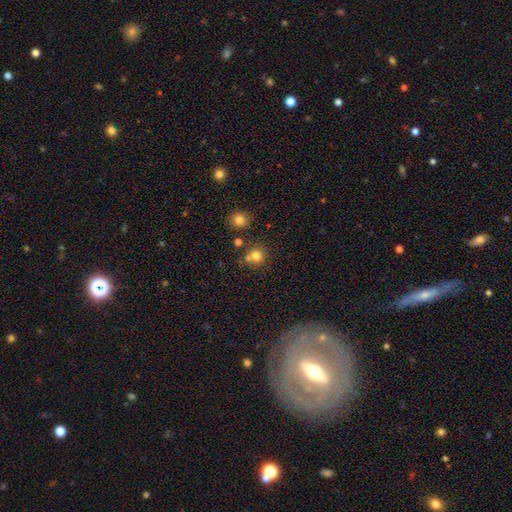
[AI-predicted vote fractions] Smooth or featured?
  - smooth: 77% *
  - star or artifact: 14%
  - featured or disk: 9%
How rounded?
  - round: 88% *
  - in between: 11%
  - cigar-shaped: 1%
Merging?
  - none: 64% *
  - merger: 22%
  - minor disturbance: 10%
  - major disturbance: 4%